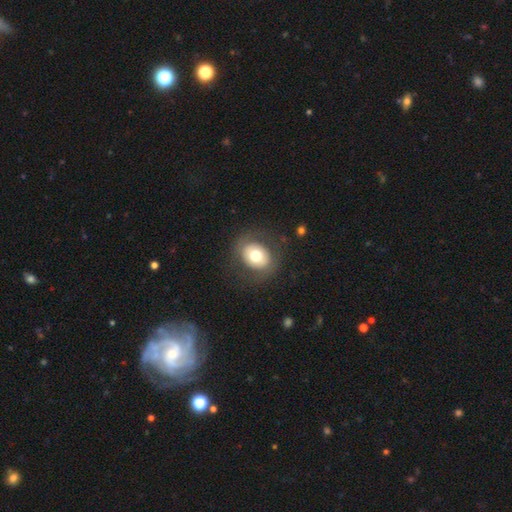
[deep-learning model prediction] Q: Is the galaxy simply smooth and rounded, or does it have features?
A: smooth — 66%.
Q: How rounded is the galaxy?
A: round — 60%.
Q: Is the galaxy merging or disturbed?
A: none — 81%.